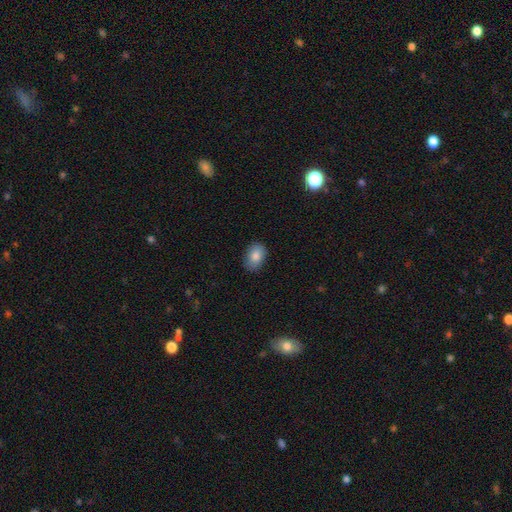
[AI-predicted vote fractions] smooth-or-featured: smooth: 84% | star or artifact: 8% | featured or disk: 8%
  how-rounded: in between: 83% | round: 15% | cigar-shaped: 1%
  merging: none: 85% | minor disturbance: 11% | major disturbance: 2% | merger: 1%